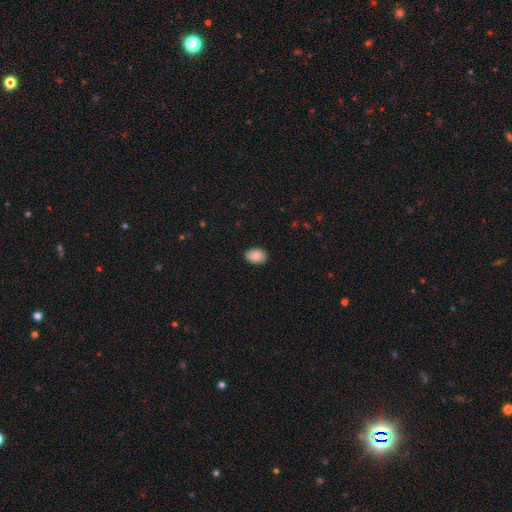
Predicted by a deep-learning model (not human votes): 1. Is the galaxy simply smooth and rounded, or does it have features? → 89% smooth, 7% star or artifact, 4% featured or disk.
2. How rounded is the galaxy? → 83% in between, 16% round, 1% cigar-shaped.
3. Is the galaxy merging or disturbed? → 88% none, 9% minor disturbance, 2% major disturbance, 1% merger.